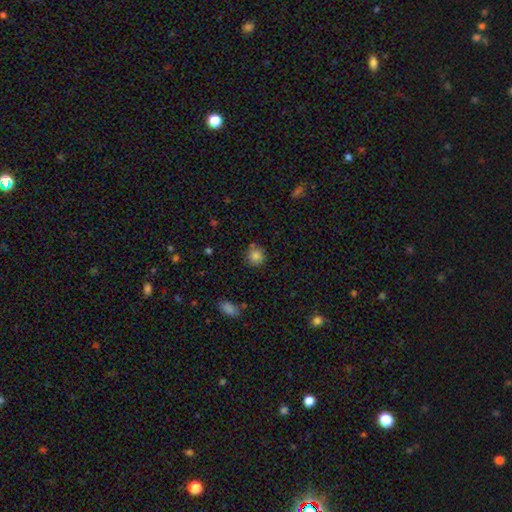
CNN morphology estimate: Smooth or featured? Predicted: smooth (p=0.84). How rounded? Predicted: round (p=0.88). Merging? Predicted: none (p=0.77).